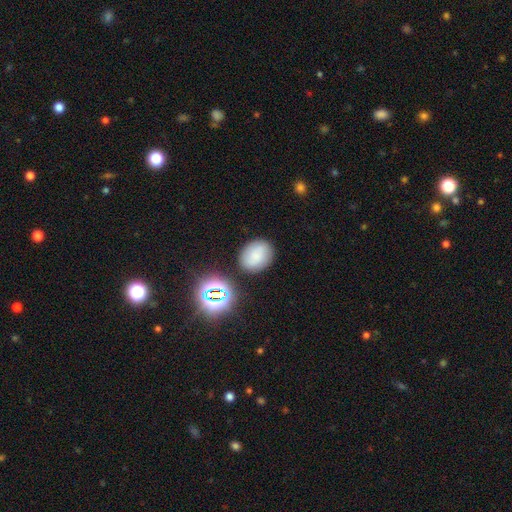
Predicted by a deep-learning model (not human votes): Smooth or featured: smooth — 73% (star or artifact — 14%)
How rounded: in between — 56% (round — 43%)
Merging: none — 80% (minor disturbance — 12%)